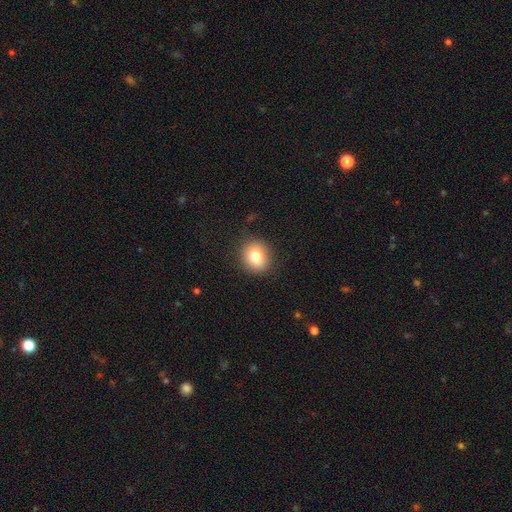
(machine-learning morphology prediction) smooth 80%, featured or disk 10%, star or artifact 10%. Down the decision tree: how rounded — round (76%); merging — none (87%).